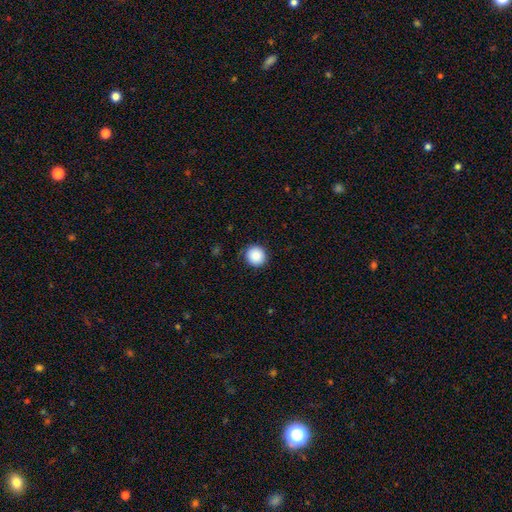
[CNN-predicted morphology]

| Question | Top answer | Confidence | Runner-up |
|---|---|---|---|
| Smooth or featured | smooth | 89% | star or artifact (9%) |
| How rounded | round | 94% | in between (5%) |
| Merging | none | 89% | minor disturbance (8%) |